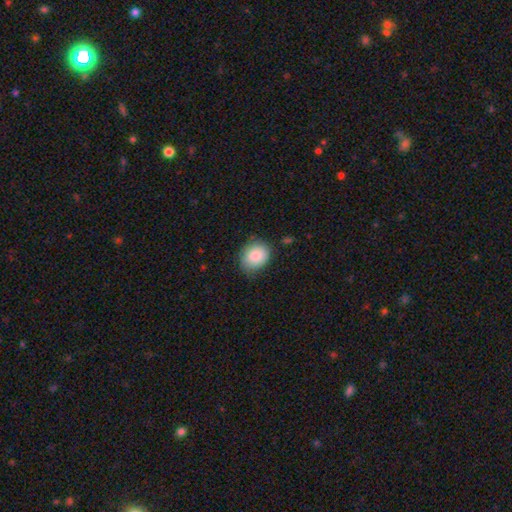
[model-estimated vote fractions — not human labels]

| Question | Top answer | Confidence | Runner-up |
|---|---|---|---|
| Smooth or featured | smooth | 87% | star or artifact (7%) |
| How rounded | round | 50% | in between (49%) |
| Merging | none | 74% | minor disturbance (21%) |